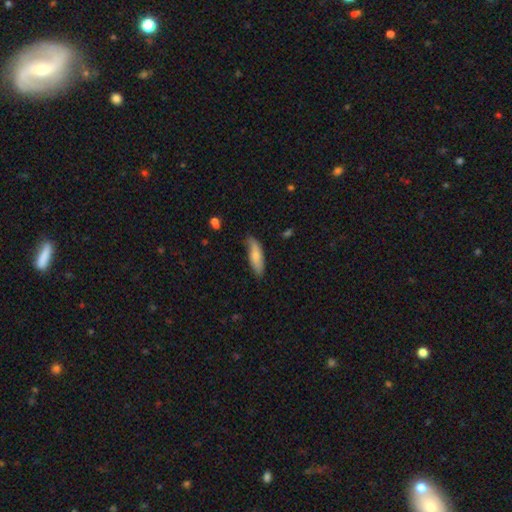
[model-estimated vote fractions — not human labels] smooth-or-featured: smooth: 74% | featured or disk: 20% | star or artifact: 6%
  how-rounded: in between: 53% | cigar-shaped: 45% | round: 2%
  merging: none: 67% | minor disturbance: 27% | major disturbance: 5% | merger: 2%